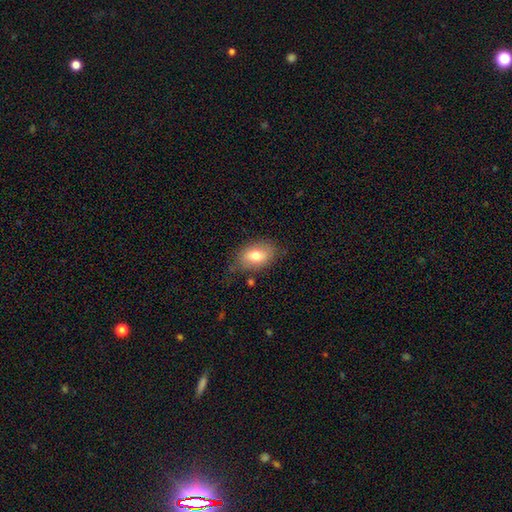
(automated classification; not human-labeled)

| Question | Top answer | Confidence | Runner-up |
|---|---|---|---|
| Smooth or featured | smooth | 74% | featured or disk (18%) |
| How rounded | in between | 88% | round (10%) |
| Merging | none | 73% | minor disturbance (20%) |